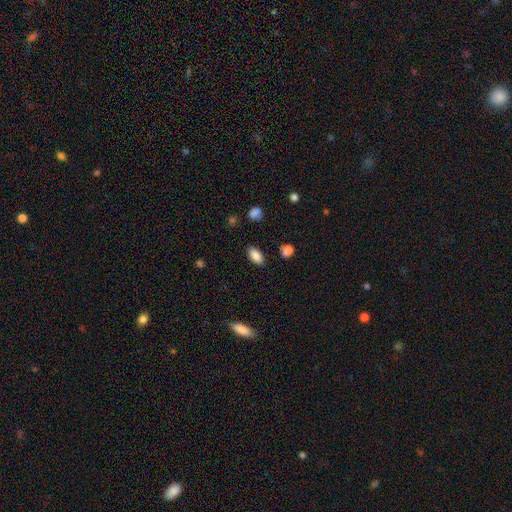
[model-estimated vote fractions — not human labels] Smooth or featured? Predicted: smooth (p=0.87). How rounded? Predicted: in between (p=0.91). Merging? Predicted: none (p=0.85).